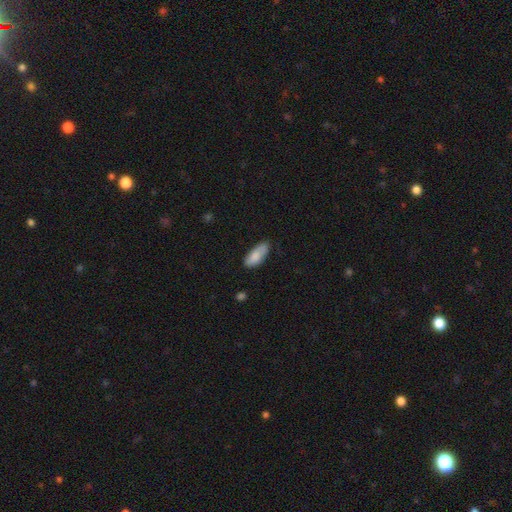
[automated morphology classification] This appears to be a smooth galaxy with no disk features (83%) that is in between round and cigar-shaped (85%). Merging: none (73%).